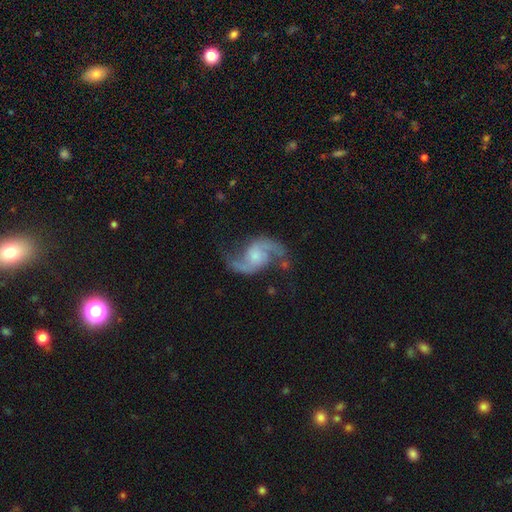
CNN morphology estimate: featured or disk 91%, smooth 5%, star or artifact 5%. Down the decision tree: edge-on disk — no (98%); bar — no (57%); spiral arms — yes (97%); spiral arm count — 2 (94%); spiral winding — loose (63%); bulge size — small (44%); merging — none (73%).